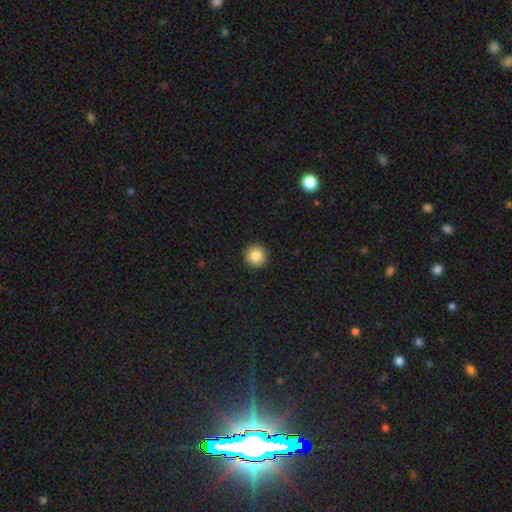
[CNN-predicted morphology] The model was most divided on "smooth or featured": smooth: 85%, star or artifact: 10%, featured or disk: 5%. More confident: how rounded — round (96%); merging — none (93%).